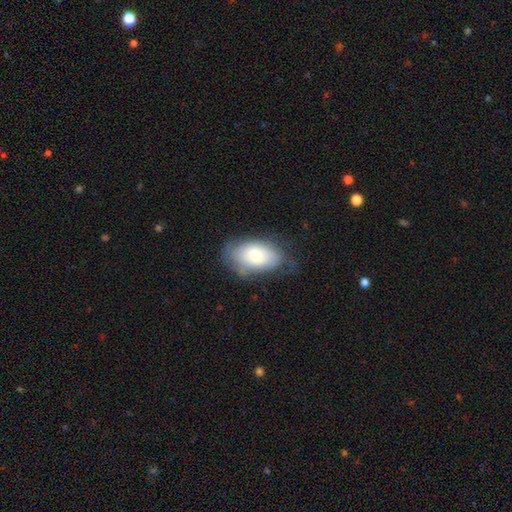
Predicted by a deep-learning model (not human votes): Q: Smooth or featured?
A: smooth (66%); runner-up: featured or disk (26%)
Q: How rounded?
A: in between (90%); runner-up: round (8%)
Q: Merging?
A: none (57%); runner-up: minor disturbance (29%)